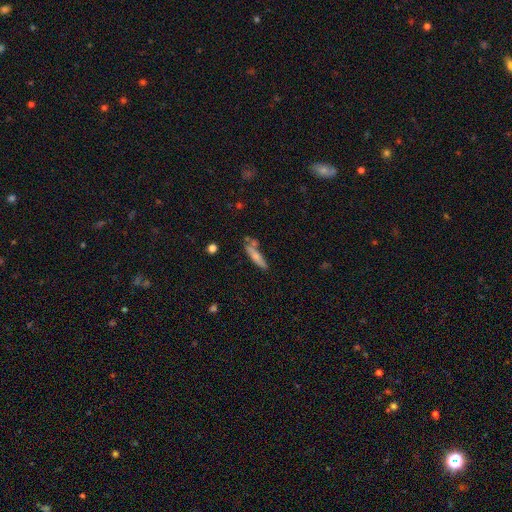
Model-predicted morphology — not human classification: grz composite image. It shows a smooth galaxy with no disk features (64%) that is cigar-shaped (81%). Merging: none (64%).